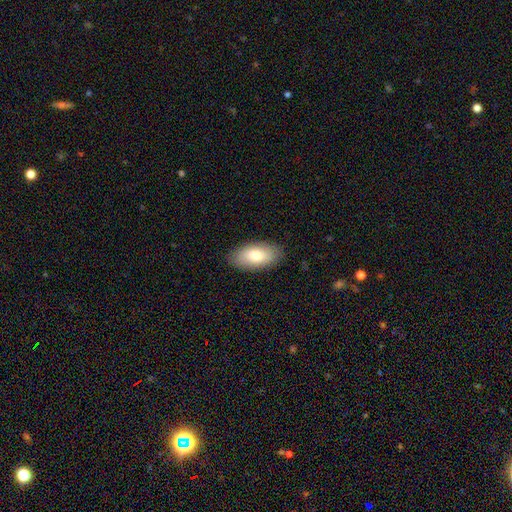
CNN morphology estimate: type=smooth (77%); roundness=in between (92%); merging=none (87%).